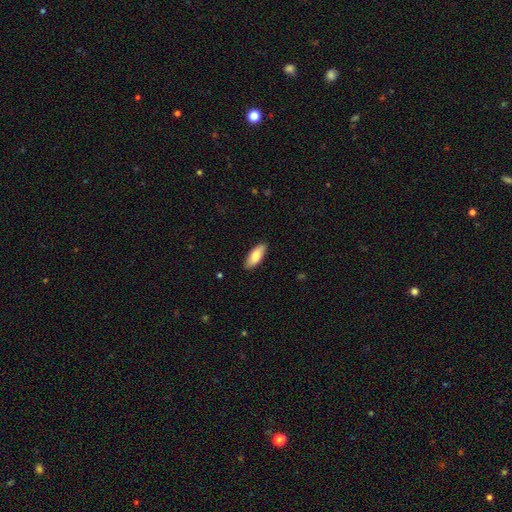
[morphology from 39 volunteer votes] smooth-or-featured: smooth: 74% | featured or disk: 26% | star or artifact: 0%
  how-rounded: in between: 62% | cigar-shaped: 34% | round: 3%
  merging: none: 82% | minor disturbance: 18% | major disturbance: 0% | merger: 0%